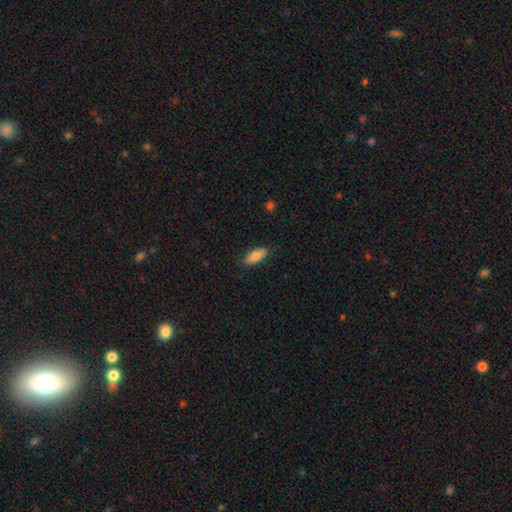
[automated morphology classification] This is clearly a smooth galaxy (84%). How rounded: clearly in between (81%). Merging: clearly none (85%).